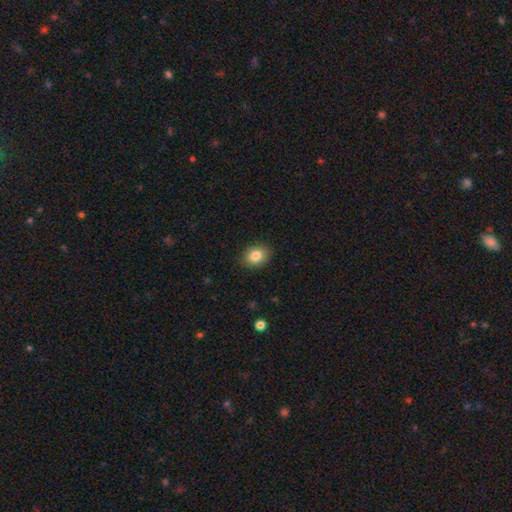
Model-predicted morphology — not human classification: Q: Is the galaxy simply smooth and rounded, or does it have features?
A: smooth — 84%.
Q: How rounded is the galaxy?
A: in between — 63%.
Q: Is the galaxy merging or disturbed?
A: none — 89%.